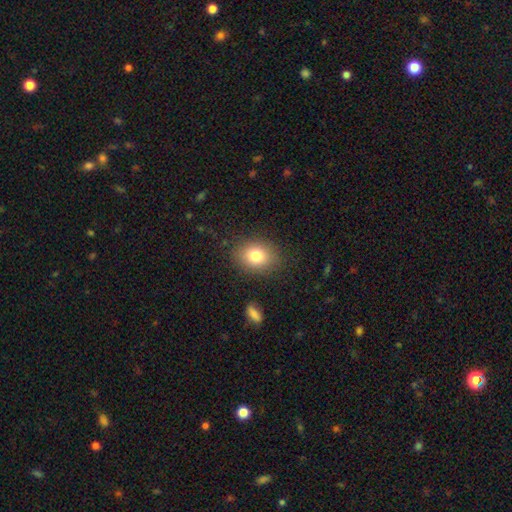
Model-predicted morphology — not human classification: smooth-or-featured: smooth: 80% | star or artifact: 10% | featured or disk: 10%
  how-rounded: in between: 56% | round: 43% | cigar-shaped: 1%
  merging: none: 85% | minor disturbance: 10% | major disturbance: 3% | merger: 2%